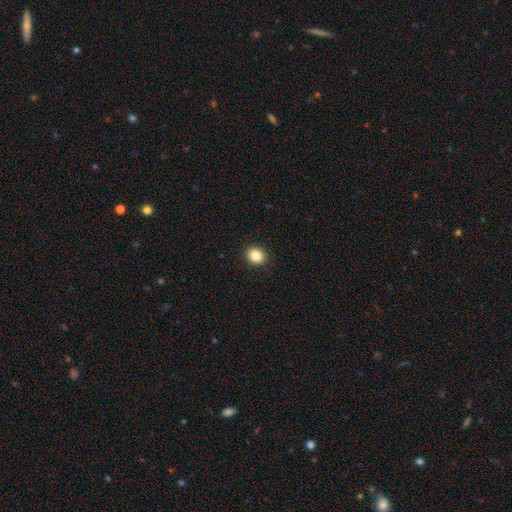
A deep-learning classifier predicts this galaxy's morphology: Smooth or featured? Predicted: smooth (p=0.87). How rounded? Predicted: round (p=0.66). Merging? Predicted: none (p=0.91).